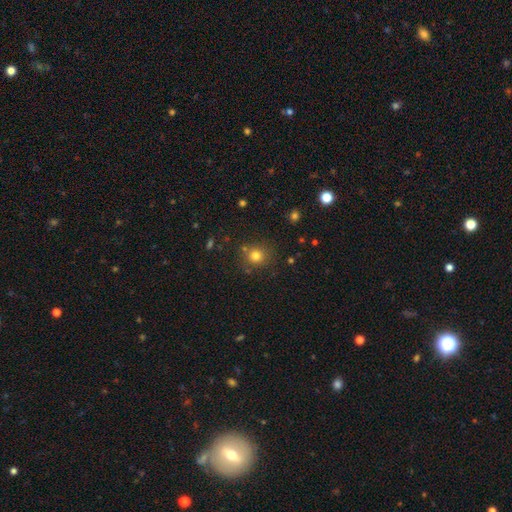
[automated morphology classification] smooth-or-featured: smooth: 77% | star or artifact: 15% | featured or disk: 7%
  how-rounded: round: 86% | in between: 13% | cigar-shaped: 1%
  merging: none: 79% | minor disturbance: 11% | merger: 6% | major disturbance: 4%